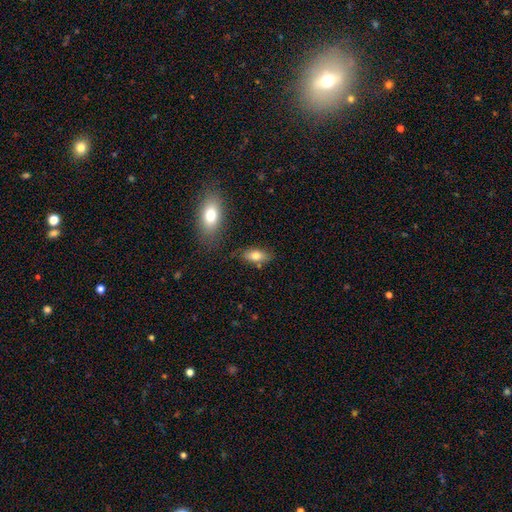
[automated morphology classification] Q: Smooth or featured?
A: smooth (76%); runner-up: featured or disk (17%)
Q: How rounded?
A: in between (84%); runner-up: cigar-shaped (12%)
Q: Merging?
A: none (75%); runner-up: minor disturbance (15%)